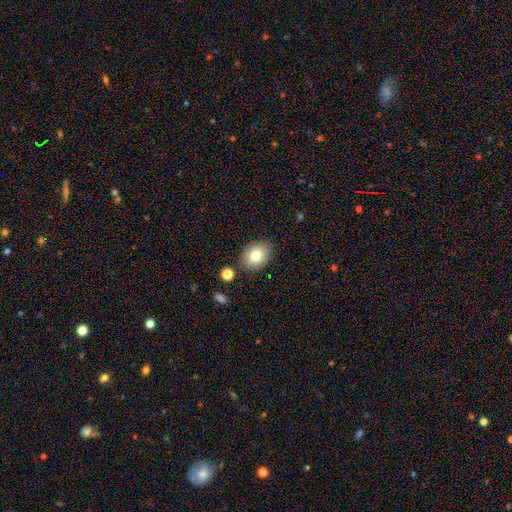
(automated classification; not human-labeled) Morphology: type=smooth (78%); roundness=in between (60%); merging=none (84%).